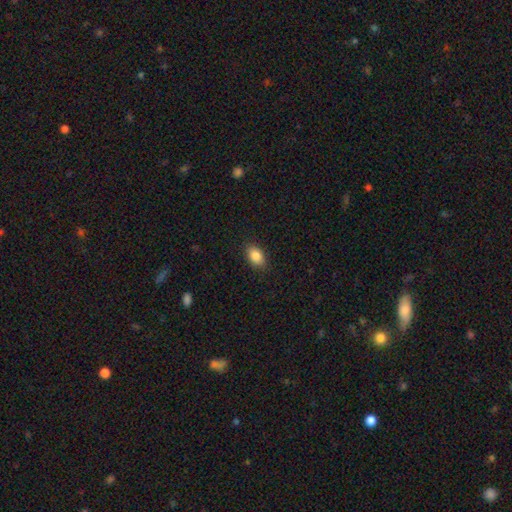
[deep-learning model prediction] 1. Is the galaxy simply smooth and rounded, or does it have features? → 86% smooth, 8% star or artifact, 5% featured or disk.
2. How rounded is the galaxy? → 86% in between, 13% round, 2% cigar-shaped.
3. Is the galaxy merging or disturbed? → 88% none, 9% minor disturbance, 2% major disturbance, 1% merger.